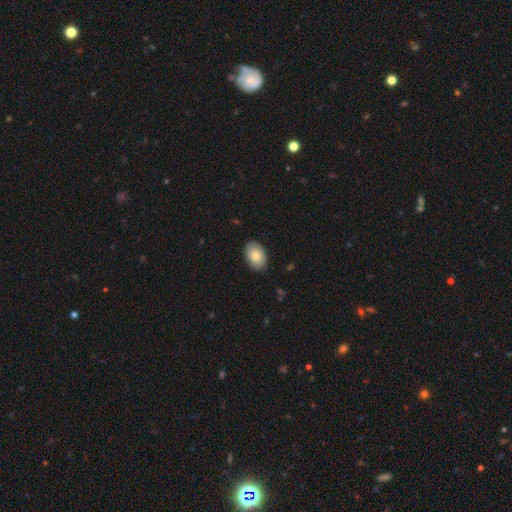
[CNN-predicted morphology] Overall: smooth (83%). How rounded: in between (86%). Merging: none (89%).